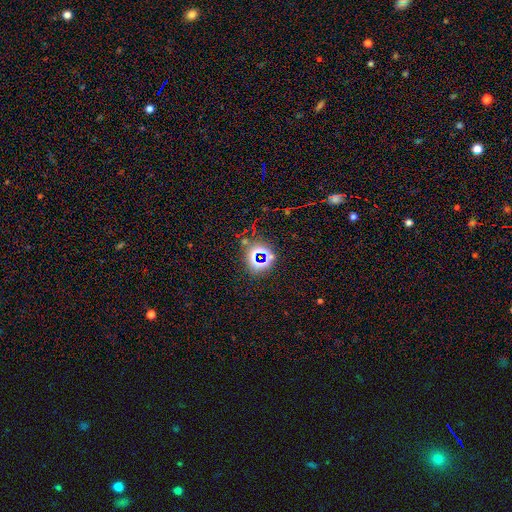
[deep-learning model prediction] A star or artifact, not a galaxy (70%).

Vote fractions:
- Smooth or featured? star or artifact: 70% / smooth: 20% / featured or disk: 10%